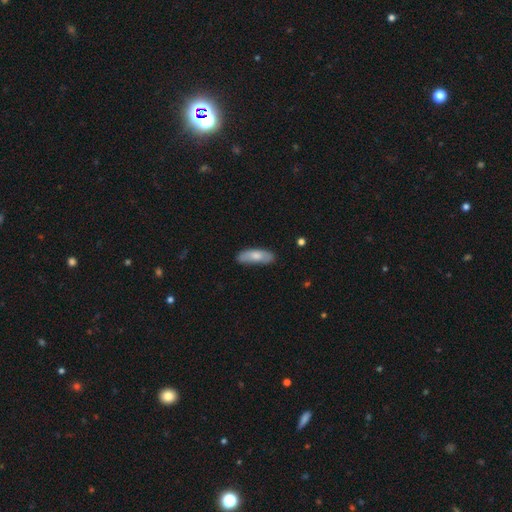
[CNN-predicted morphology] Overall: smooth (73%). How rounded: in between (64%; cigar-shaped 34%). Merging: none (75%).